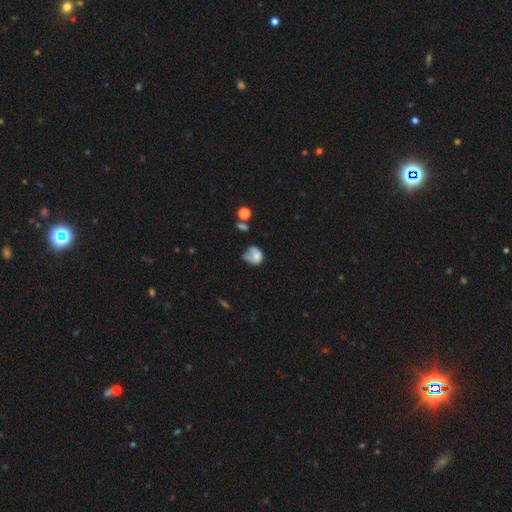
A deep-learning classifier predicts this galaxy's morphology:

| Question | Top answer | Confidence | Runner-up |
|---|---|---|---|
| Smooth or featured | smooth | 64% | featured or disk (24%) |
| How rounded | in between | 50% | round (48%) |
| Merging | major disturbance | 32% | minor disturbance (28%) |